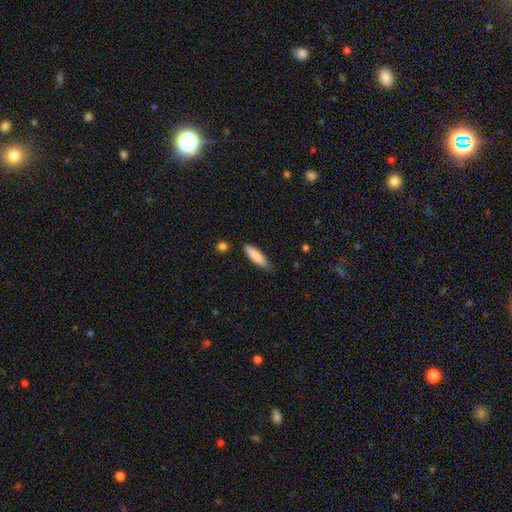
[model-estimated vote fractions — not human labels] Smooth or featured: smooth — 83% (featured or disk — 11%)
How rounded: cigar-shaped — 73% (in between — 26%)
Merging: none — 79% (minor disturbance — 16%)